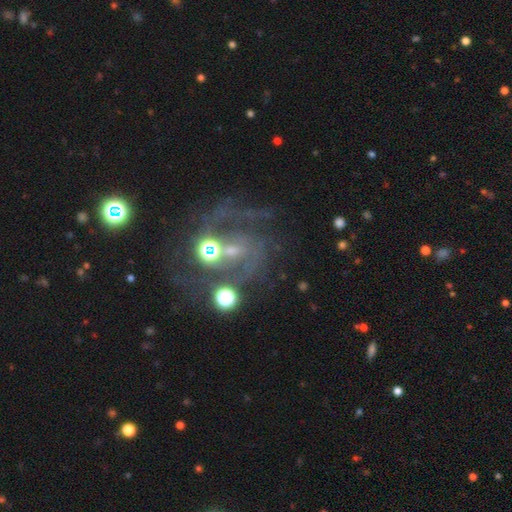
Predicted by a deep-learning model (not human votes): featured or disk 66%, star or artifact 21%, smooth 13%. Down the decision tree: edge-on disk — no (97%); bar — no (52%); spiral arms — yes (80%); spiral arm count — 2 (50%); spiral winding — medium (46%); bulge size — small (48%); merging — none (45%).